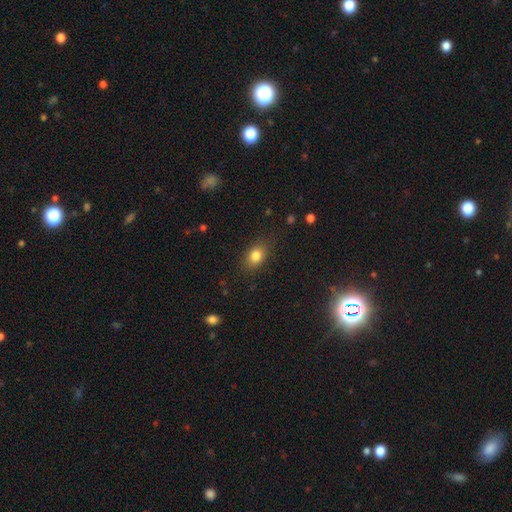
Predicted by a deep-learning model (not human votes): This appears to be a smooth galaxy with no disk features (82%) that is in between round and cigar-shaped (73%). Merging: none (81%).